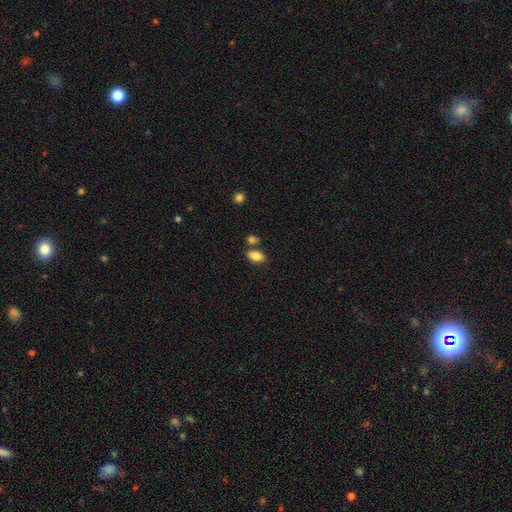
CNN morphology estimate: A smooth galaxy with no disk features (85%) that is in between round and cigar-shaped (91%).

Vote fractions:
- Smooth or featured? smooth: 85% / star or artifact: 8% / featured or disk: 7%
- How rounded? in between: 91% / round: 7% / cigar-shaped: 3%
- Merging? none: 68% / merger: 18% / minor disturbance: 11% / major disturbance: 3%